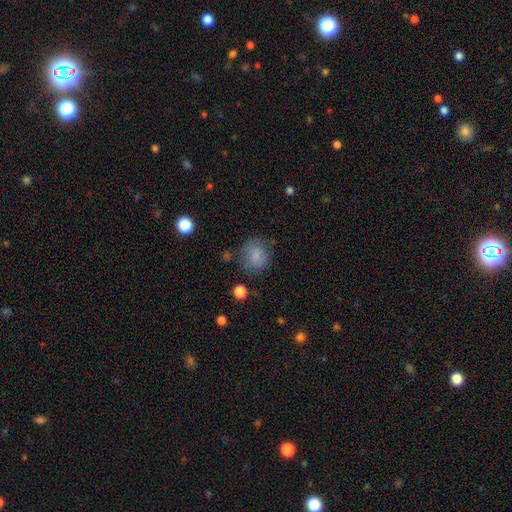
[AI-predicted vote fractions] A smooth galaxy with no disk features (78%) that is round (70%).

Vote fractions:
- Smooth or featured? smooth: 78% / featured or disk: 12% / star or artifact: 10%
- How rounded? round: 70% / in between: 29% / cigar-shaped: 1%
- Merging? none: 67% / minor disturbance: 21% / major disturbance: 10% / merger: 3%